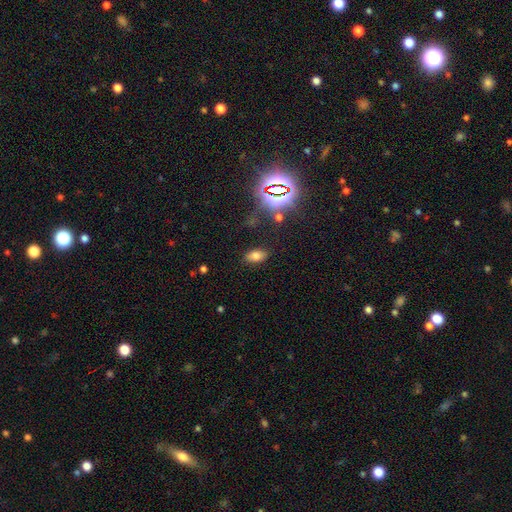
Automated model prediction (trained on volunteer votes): smooth_or_featured: smooth (p=0.71) [alt: star or artifact p=0.19]
how_rounded: in between (p=0.90) [alt: round p=0.06]
merging: none (p=0.85) [alt: minor disturbance p=0.10]